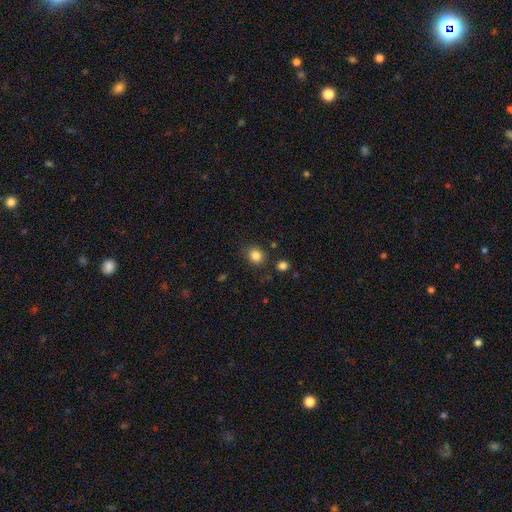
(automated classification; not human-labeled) Smooth or featured? smooth (84%)
How rounded? round (73%)
Merging? none (83%)